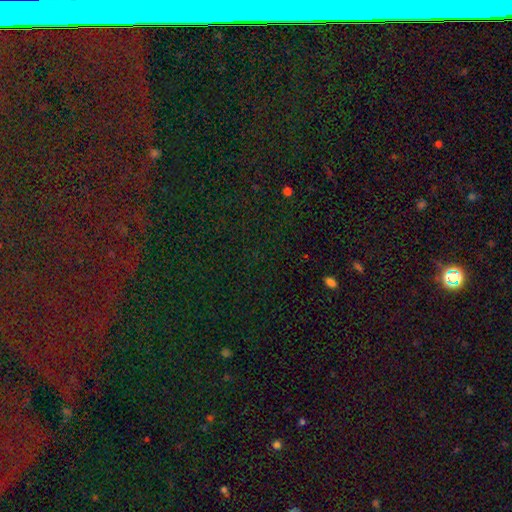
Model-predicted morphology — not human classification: A star or artifact, not a galaxy (79%).